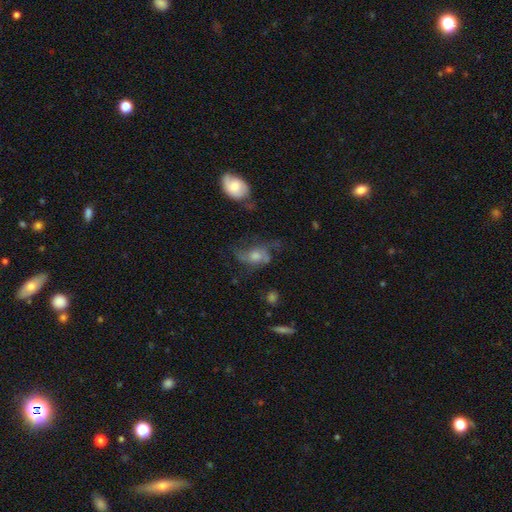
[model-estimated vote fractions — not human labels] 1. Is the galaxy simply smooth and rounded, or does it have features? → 66% featured or disk, 22% smooth, 12% star or artifact.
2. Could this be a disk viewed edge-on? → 95% no, 5% yes.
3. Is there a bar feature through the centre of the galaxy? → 68% no, 26% weak, 5% strong.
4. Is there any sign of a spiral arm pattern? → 86% yes, 14% no.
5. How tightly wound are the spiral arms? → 48% loose, 40% medium, 12% tight.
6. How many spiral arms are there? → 66% 2, 13% can't tell, 12% 3, 4% 1, 3% 4, 2% more than 4.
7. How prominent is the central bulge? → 52% moderate, 22% small, 17% large, 7% none, 2% dominant.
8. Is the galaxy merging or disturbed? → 52% none, 23% major disturbance, 22% minor disturbance, 4% merger.